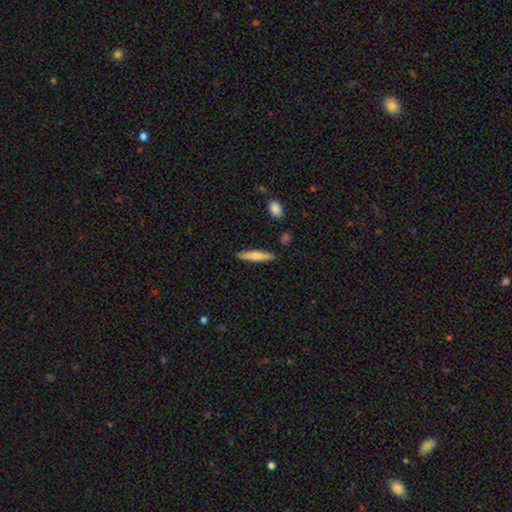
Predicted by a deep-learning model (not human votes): This appears to be a smooth galaxy with no disk features (66%) that is cigar-shaped (87%). Merging: none (87%).